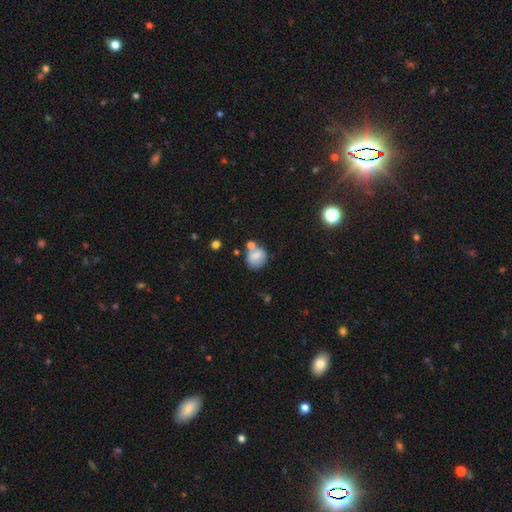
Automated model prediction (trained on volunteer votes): This is likely a smooth galaxy (76%). How rounded: likely round (70%). Merging: possibly none (53%).